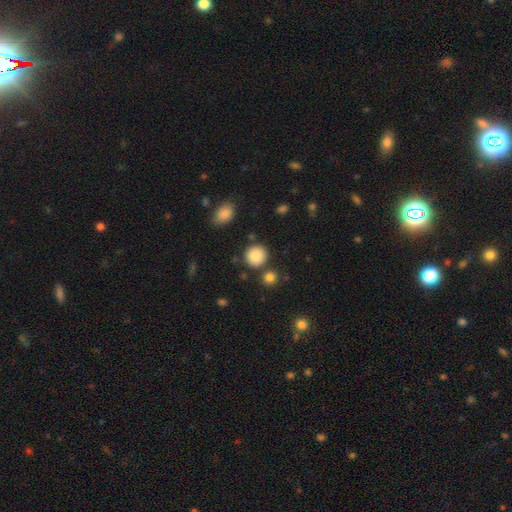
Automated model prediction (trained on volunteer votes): This appears to be a smooth galaxy with no disk features (86%) that is round (91%). Merging: none (83%).